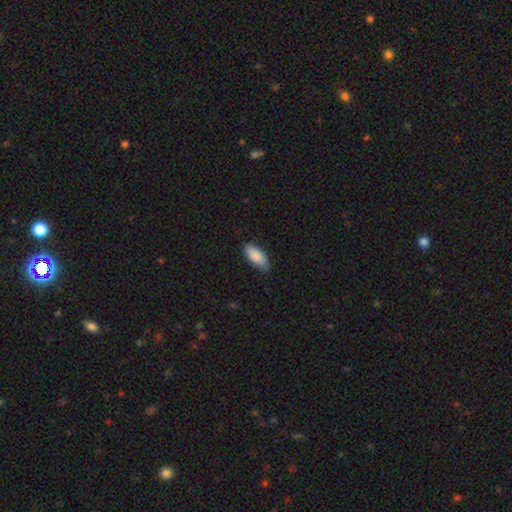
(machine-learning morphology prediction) A smooth galaxy with no disk features (88%) that is in between round and cigar-shaped (87%). Merging: none (80%).